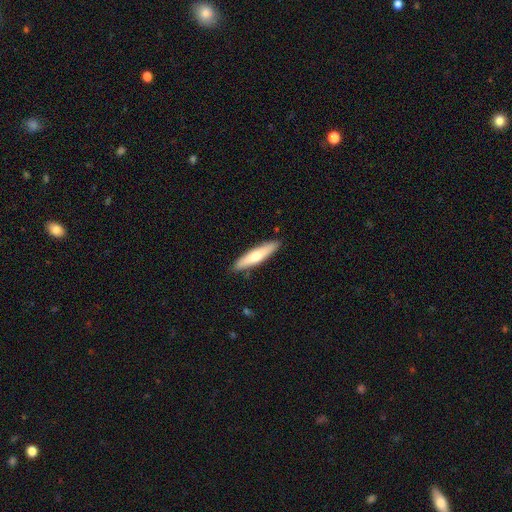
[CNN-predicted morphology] smooth_or_featured: smooth (p=0.63) [alt: featured or disk p=0.32]
how_rounded: cigar-shaped (p=0.83) [alt: in between p=0.16]
merging: none (p=0.88) [alt: minor disturbance p=0.09]